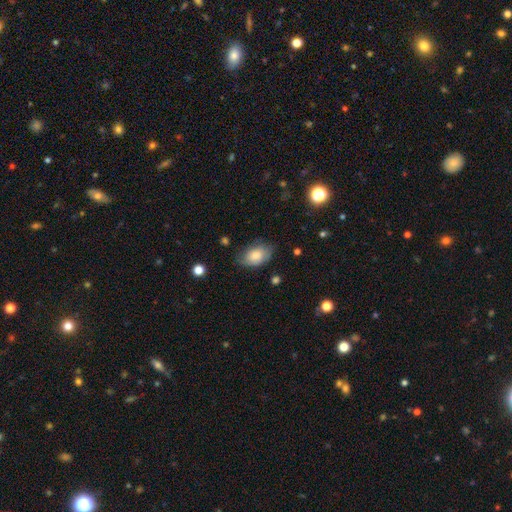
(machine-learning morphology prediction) smooth-or-featured: smooth: 78% | featured or disk: 15% | star or artifact: 7%
  how-rounded: in between: 88% | round: 11% | cigar-shaped: 1%
  merging: none: 66% | minor disturbance: 26% | major disturbance: 6% | merger: 2%